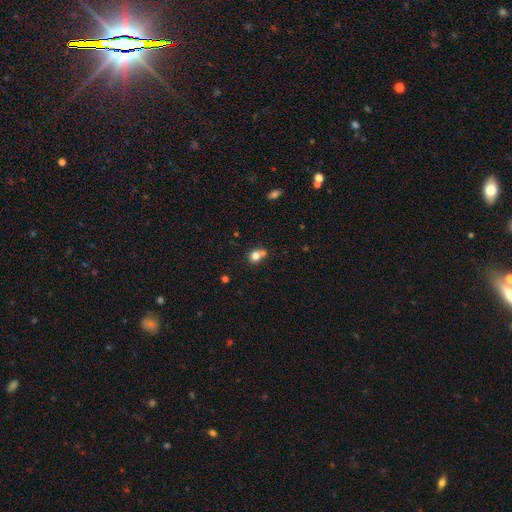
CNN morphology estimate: Smooth or featured? Predicted: smooth (p=0.78). How rounded? Predicted: round (p=0.69). Merging? Predicted: none (p=0.45).